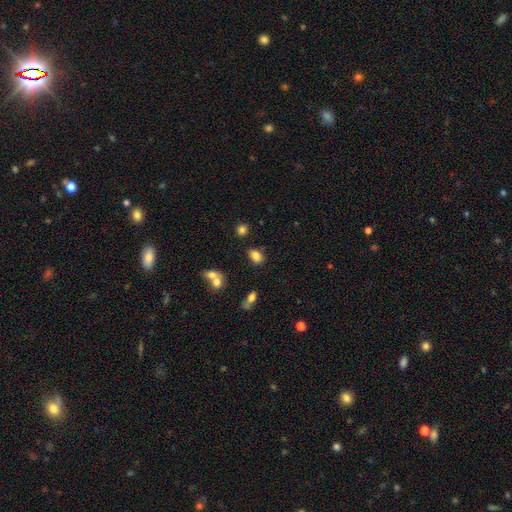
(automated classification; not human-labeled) Smooth or featured?
  - smooth: 83% *
  - star or artifact: 10%
  - featured or disk: 6%
How rounded?
  - in between: 85% *
  - round: 13%
  - cigar-shaped: 2%
Merging?
  - none: 75% *
  - minor disturbance: 14%
  - merger: 7%
  - major disturbance: 4%